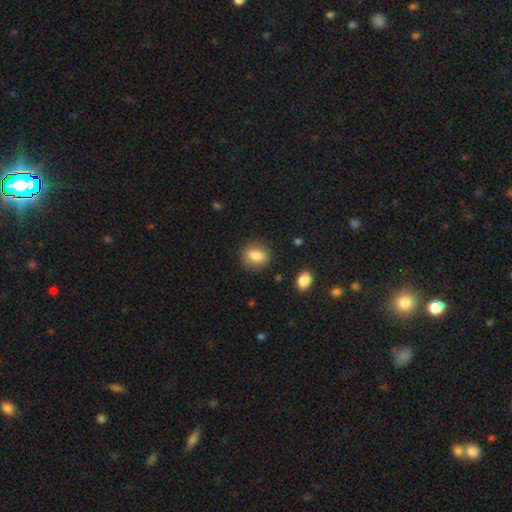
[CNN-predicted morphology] Overall: smooth (84%). How rounded: round (54%; in between 44%). Merging: none (84%).